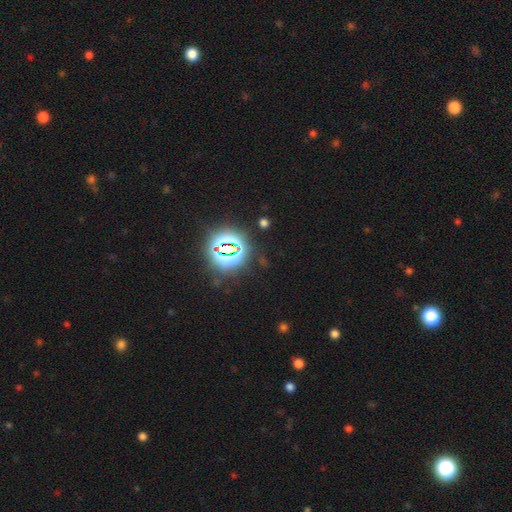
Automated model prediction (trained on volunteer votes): A star or artifact, not a galaxy (83%).

Vote fractions:
- Smooth or featured? star or artifact: 83% / smooth: 10% / featured or disk: 6%